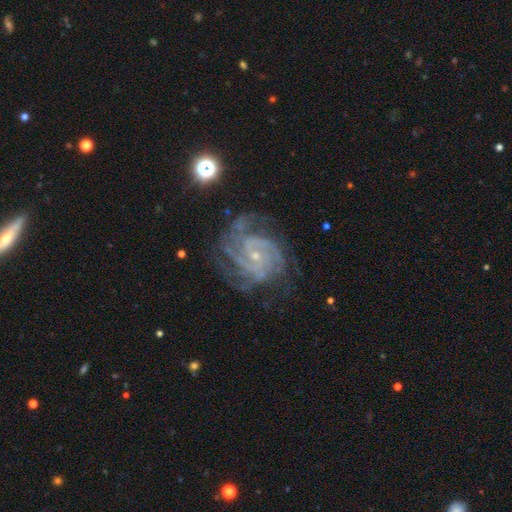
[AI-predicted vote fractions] This is clearly a featured or disk galaxy (90%). It is clearly not viewed edge-on (98%). Bar: likely no (63%). Spiral arm pattern: clearly yes (98%). Spiral arm count: marginally 4 (28%). Spiral winding: likely tight (64%). Central bulge: clearly small (82%). Merging: likely none (70%).